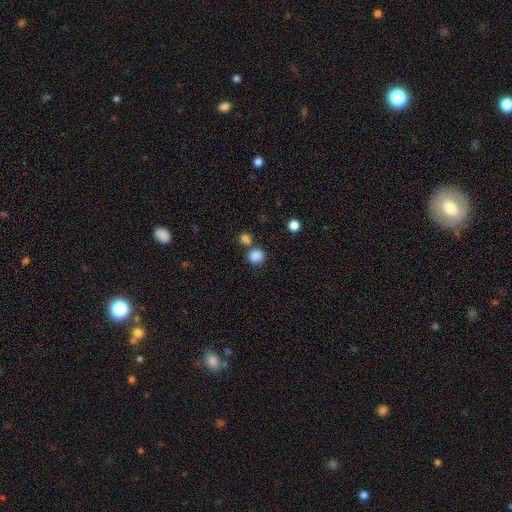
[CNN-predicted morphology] type=smooth (85%); roundness=round (84%); merging=none (66%).